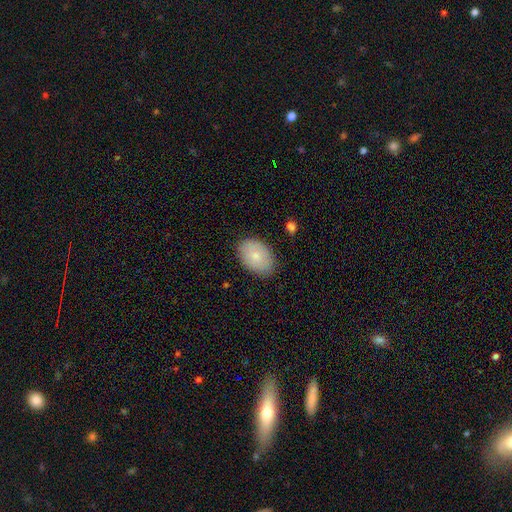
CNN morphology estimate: smooth-or-featured: smooth: 78% | featured or disk: 15% | star or artifact: 7%
  how-rounded: in between: 84% | round: 15% | cigar-shaped: 1%
  merging: none: 84% | minor disturbance: 13% | major disturbance: 3% | merger: 1%